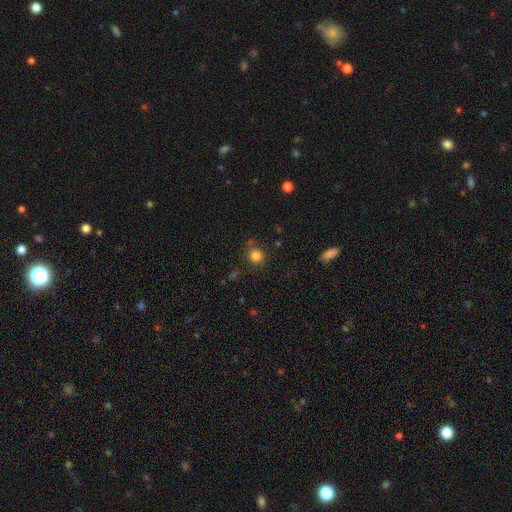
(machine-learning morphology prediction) This is clearly a smooth galaxy (81%). How rounded: clearly round (91%). Merging: clearly none (80%).